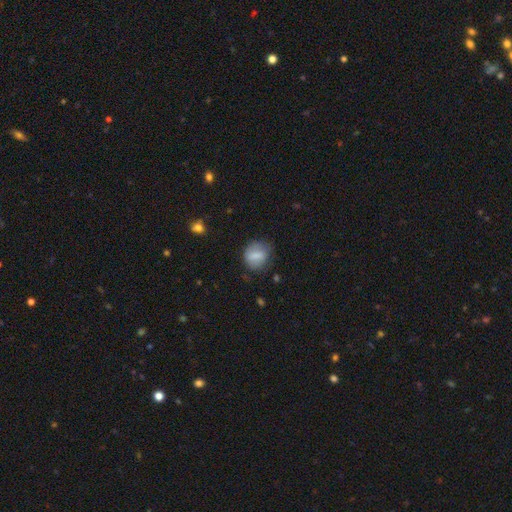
Smooth or featured? 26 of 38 (68%) said smooth. How rounded? 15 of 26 (58%) said round. Merging? 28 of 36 (78%) said none.